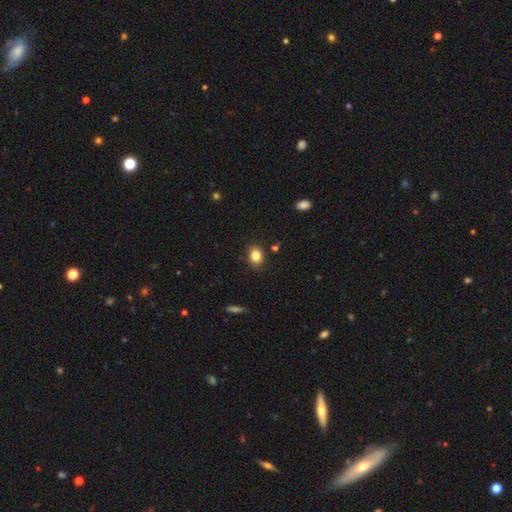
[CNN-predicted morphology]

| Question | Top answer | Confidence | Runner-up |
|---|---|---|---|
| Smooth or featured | smooth | 84% | star or artifact (10%) |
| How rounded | in between | 62% | round (37%) |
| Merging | none | 86% | minor disturbance (10%) |